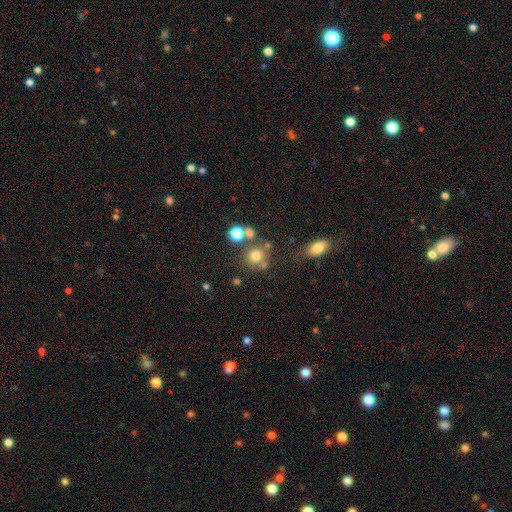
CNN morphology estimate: Smooth or featured? Predicted: smooth (p=0.72). How rounded? Predicted: round (p=0.86). Merging? Predicted: none (p=0.64).